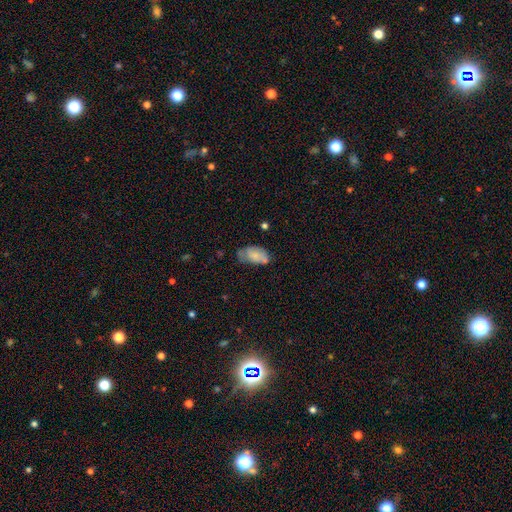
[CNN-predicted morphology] smooth 73%, featured or disk 20%, star or artifact 8%. Down the decision tree: how rounded — in between (93%); merging — none (45%).